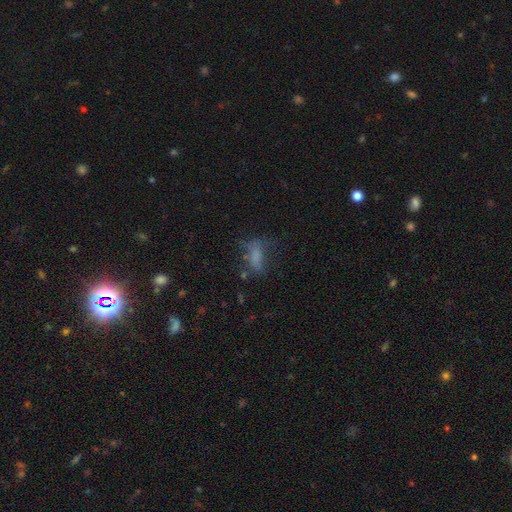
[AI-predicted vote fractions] Smooth or featured?
  - smooth: 58% *
  - featured or disk: 24%
  - star or artifact: 18%
How rounded?
  - in between: 74% *
  - cigar-shaped: 20%
  - round: 6%
Merging?
  - none: 40% *
  - major disturbance: 32%
  - minor disturbance: 23%
  - merger: 5%